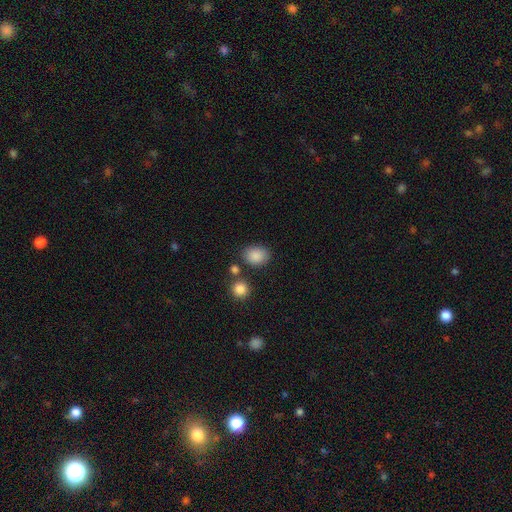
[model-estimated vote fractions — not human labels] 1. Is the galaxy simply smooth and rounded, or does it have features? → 87% smooth, 9% star or artifact, 4% featured or disk.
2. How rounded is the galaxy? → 66% in between, 33% round, 1% cigar-shaped.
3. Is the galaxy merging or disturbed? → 77% none, 12% minor disturbance, 7% merger, 4% major disturbance.